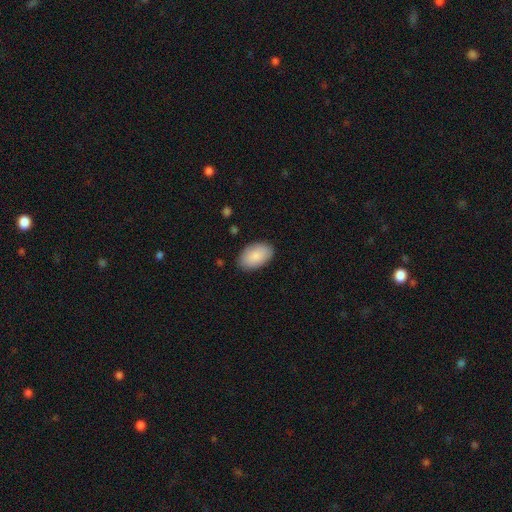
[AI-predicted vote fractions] Smooth or featured?
  - smooth: 87% *
  - featured or disk: 7%
  - star or artifact: 6%
How rounded?
  - in between: 94% *
  - round: 5%
  - cigar-shaped: 1%
Merging?
  - none: 87% *
  - minor disturbance: 10%
  - major disturbance: 2%
  - merger: 1%